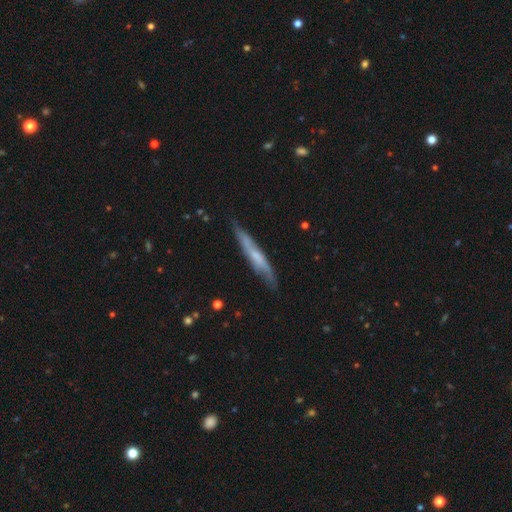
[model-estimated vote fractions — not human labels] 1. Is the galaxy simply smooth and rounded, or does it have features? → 54% featured or disk, 40% smooth, 6% star or artifact.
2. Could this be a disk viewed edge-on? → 80% yes, 20% no.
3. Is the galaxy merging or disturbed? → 77% none, 18% minor disturbance, 3% major disturbance, 2% merger.